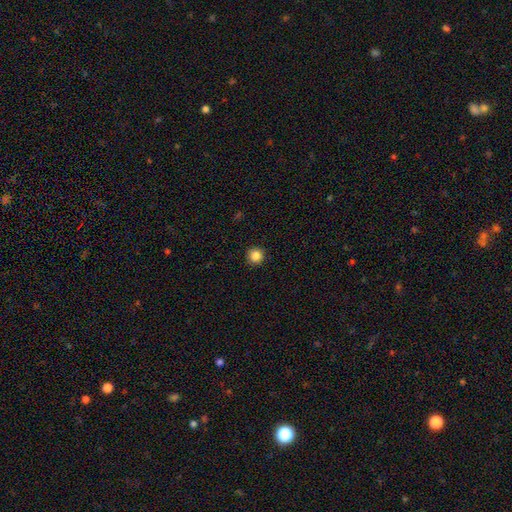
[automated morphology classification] Smooth or featured?
  - smooth: 85% *
  - star or artifact: 11%
  - featured or disk: 4%
How rounded?
  - round: 96% *
  - in between: 3%
  - cigar-shaped: 1%
Merging?
  - none: 93% *
  - minor disturbance: 5%
  - major disturbance: 2%
  - merger: 1%